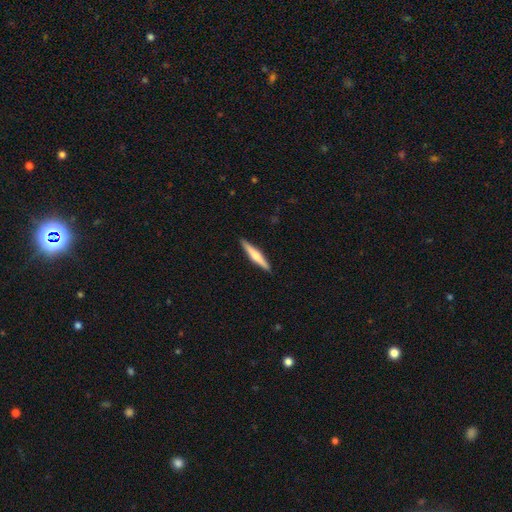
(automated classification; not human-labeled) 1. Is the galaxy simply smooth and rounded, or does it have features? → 54% featured or disk, 41% smooth, 5% star or artifact.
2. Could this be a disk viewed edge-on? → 97% yes, 3% no.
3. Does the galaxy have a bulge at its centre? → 81% rounded, 11% none, 8% boxy.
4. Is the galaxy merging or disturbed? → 91% none, 6% minor disturbance, 1% major disturbance, 1% merger.